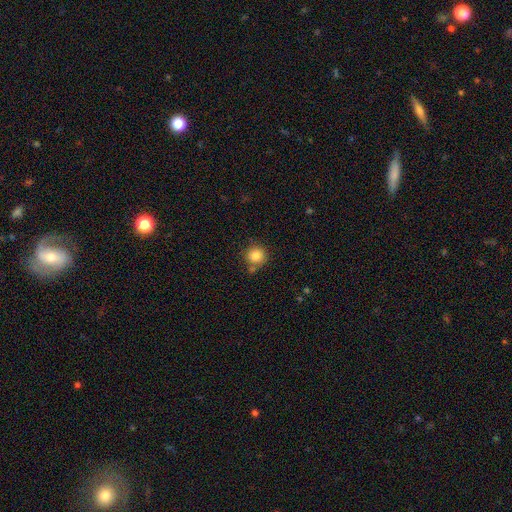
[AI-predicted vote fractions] smooth 85%, star or artifact 10%, featured or disk 5%. Down the decision tree: how rounded — round (92%); merging — none (74%).